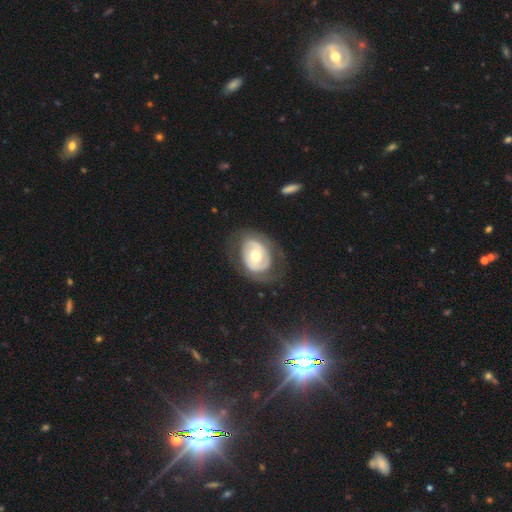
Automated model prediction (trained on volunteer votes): The model was most divided on "spiral arms" (2-way tie): no: 50%, yes: 50%. More confident: edge-on disk — no (95%); bulge size — moderate (69%); smooth or featured — featured or disk (68%); merging — none (66%); bar — no (59%).